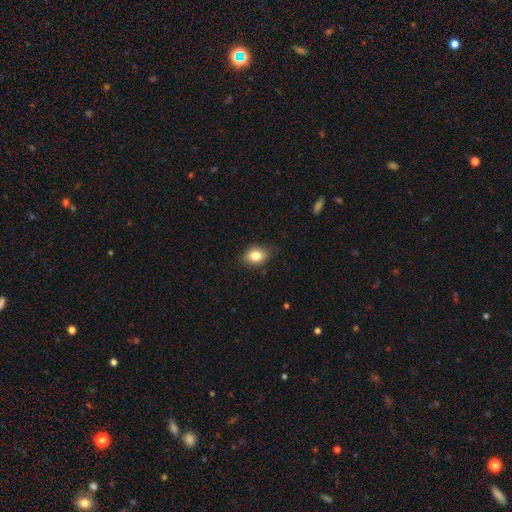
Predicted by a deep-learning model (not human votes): smooth 82%, featured or disk 9%, star or artifact 9%. Down the decision tree: how rounded — in between (70%); merging — none (82%).